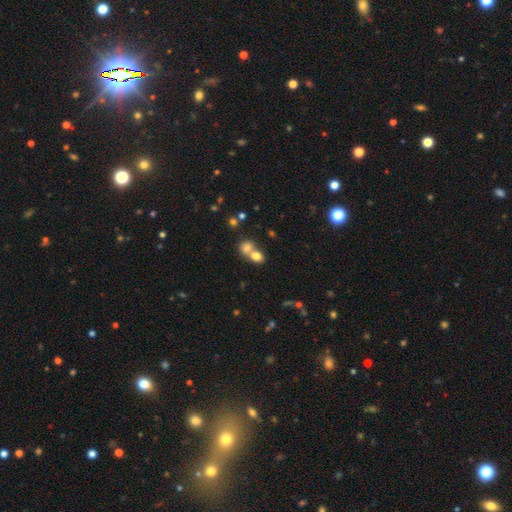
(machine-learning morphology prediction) Q: Smooth or featured?
A: smooth (77%); runner-up: featured or disk (12%)
Q: How rounded?
A: in between (54%); runner-up: round (45%)
Q: Merging?
A: merger (63%); runner-up: none (28%)